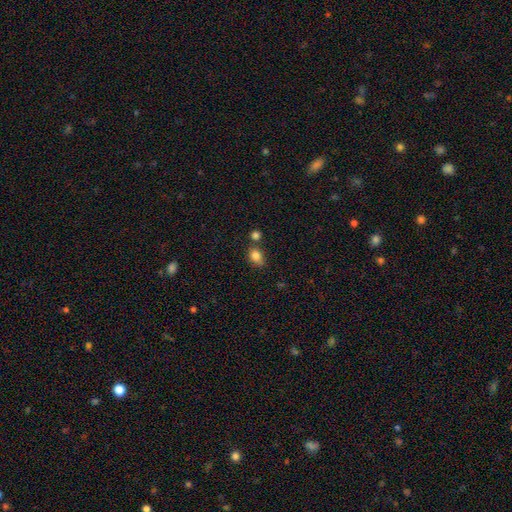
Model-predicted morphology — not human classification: Q: Smooth or featured?
A: smooth (83%); runner-up: star or artifact (10%)
Q: How rounded?
A: in between (56%); runner-up: round (43%)
Q: Merging?
A: none (61%); runner-up: minor disturbance (18%)